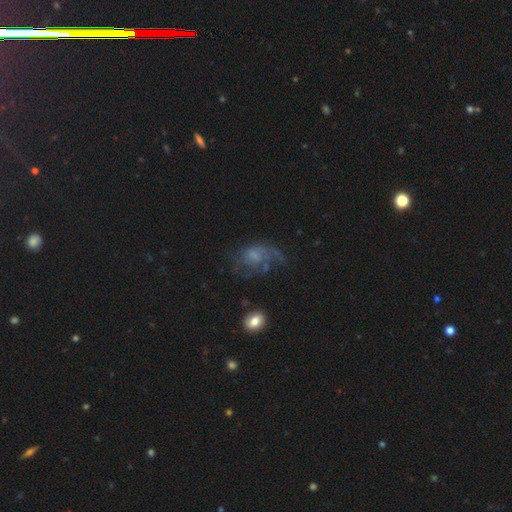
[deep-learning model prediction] Morphology: type=featured or disk (58%); edge-on=no (97%); bar=no (80%); spiral arms=yes (67%); bulge=small (34%); merging=major disturbance (41%).